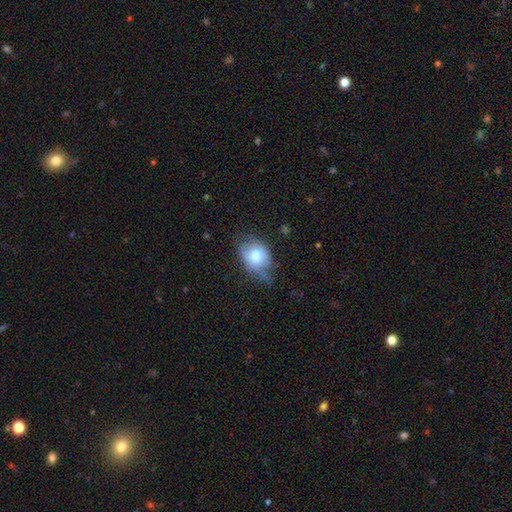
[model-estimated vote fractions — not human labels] Overall: smooth (68%). How rounded: in between (71%). Merging: none (42%; minor disturbance 40%).